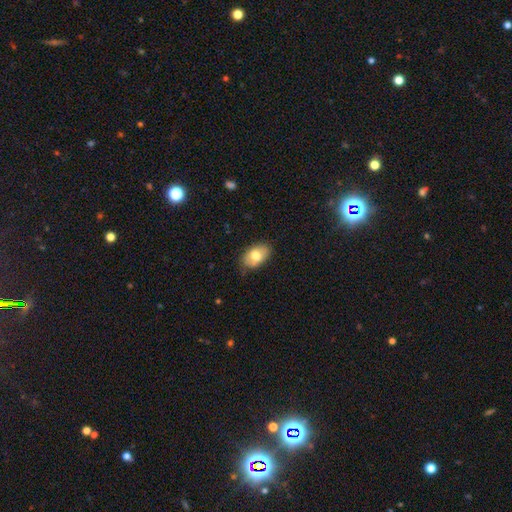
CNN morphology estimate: A smooth galaxy with no disk features (73%) that is in between round and cigar-shaped (91%). Merging: none (77%).